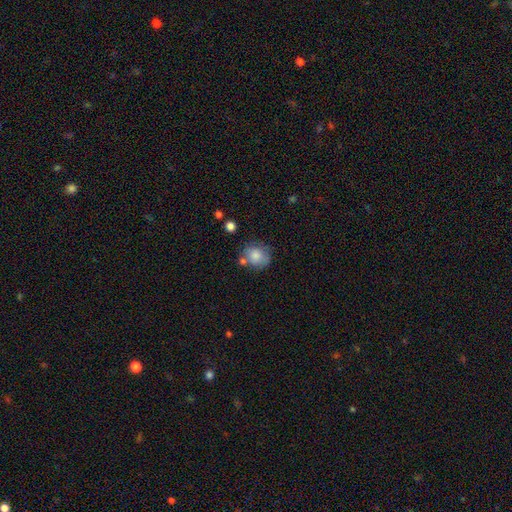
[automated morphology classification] smooth-or-featured: smooth: 81% | featured or disk: 11% | star or artifact: 8%
  how-rounded: round: 78% | in between: 21% | cigar-shaped: 1%
  merging: none: 62% | minor disturbance: 19% | merger: 13% | major disturbance: 6%